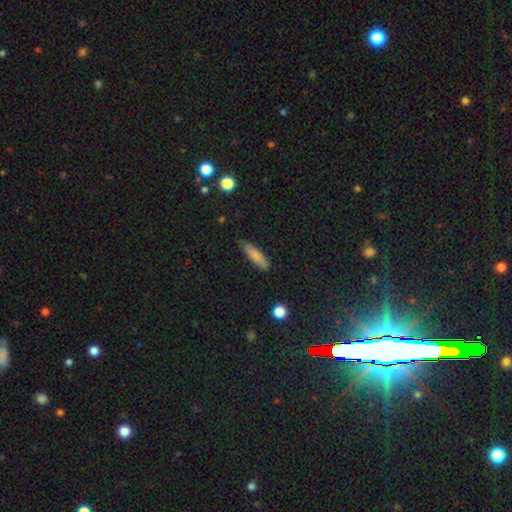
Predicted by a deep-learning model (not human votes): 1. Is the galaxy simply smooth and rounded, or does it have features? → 80% smooth, 13% featured or disk, 7% star or artifact.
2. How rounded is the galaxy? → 68% cigar-shaped, 31% in between, 2% round.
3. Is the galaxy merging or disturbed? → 78% none, 18% minor disturbance, 3% major disturbance, 2% merger.